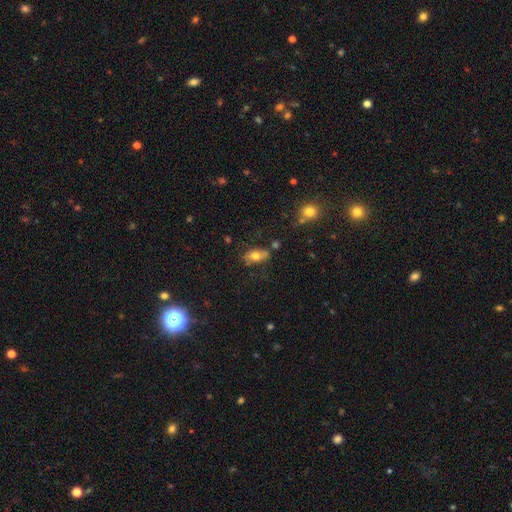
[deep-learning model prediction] Overall: smooth (68%). How rounded: in between (83%). Merging: none (68%).